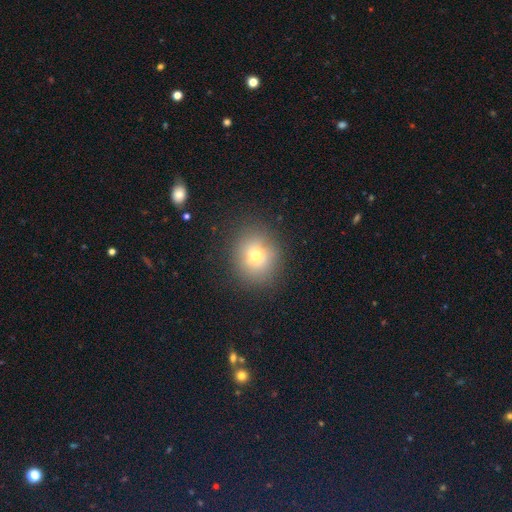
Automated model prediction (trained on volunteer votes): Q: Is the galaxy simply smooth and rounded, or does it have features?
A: smooth — 70%.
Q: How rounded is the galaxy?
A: round — 81%.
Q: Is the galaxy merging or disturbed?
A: none — 86%.